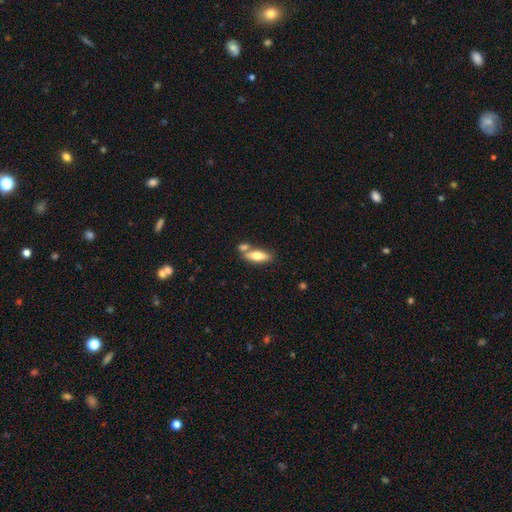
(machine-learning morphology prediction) A smooth galaxy with no disk features (60%) that is in between round and cigar-shaped (58%). Merging: none (60%).